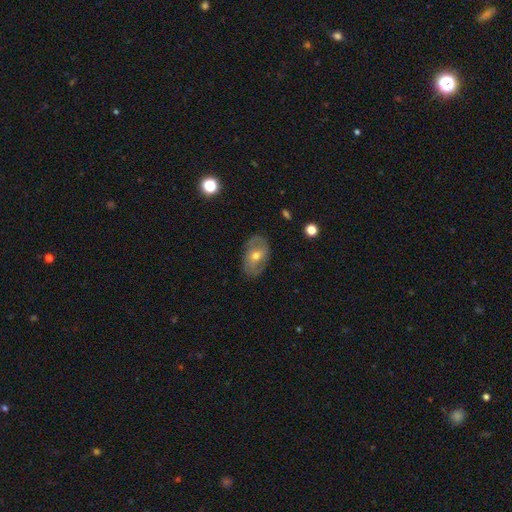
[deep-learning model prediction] Smooth or featured? featured or disk (58%)
Edge-on disk? no (92%)
Bar? no (54%)
Spiral arms? yes (64%)
Bulge size? moderate (61%)
Merging? none (77%)